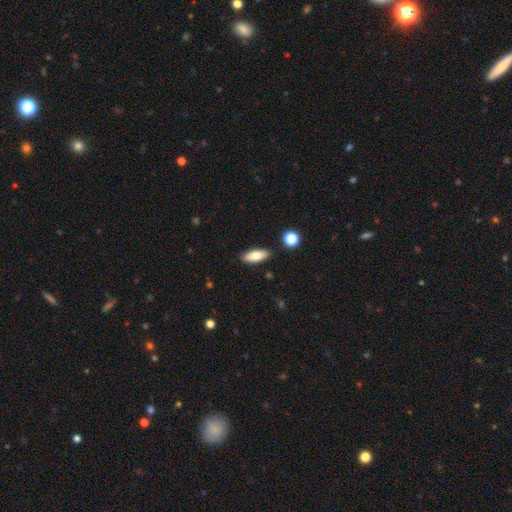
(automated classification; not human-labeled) Smooth or featured: smooth — 80% (featured or disk — 13%)
How rounded: in between — 76% (cigar-shaped — 22%)
Merging: none — 87% (minor disturbance — 9%)